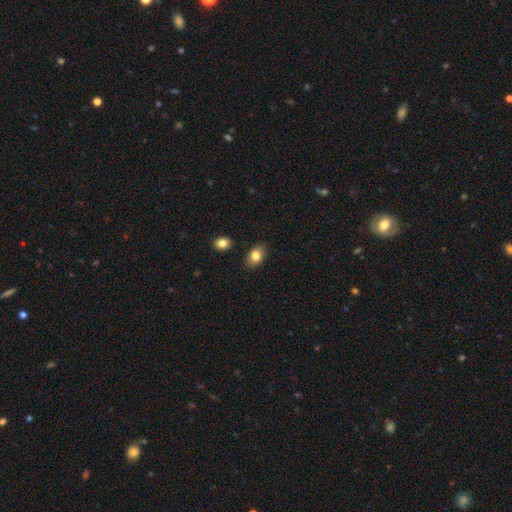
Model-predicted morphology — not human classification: The model was most divided on "how rounded": in between: 85%, round: 13%, cigar-shaped: 1%. More confident: merging — none (86%); smooth or featured — smooth (83%).